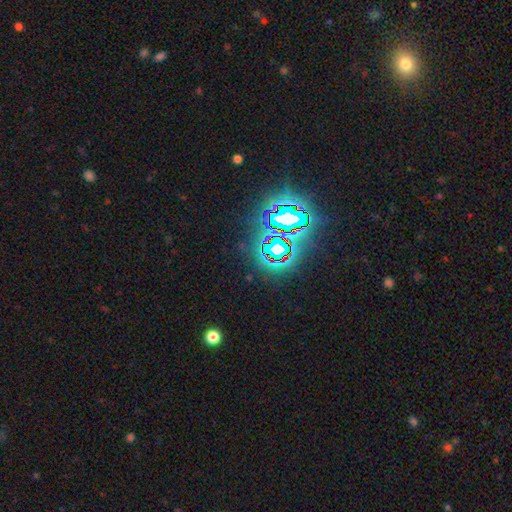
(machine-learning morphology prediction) Smooth or featured? Predicted: star or artifact (p=0.81).